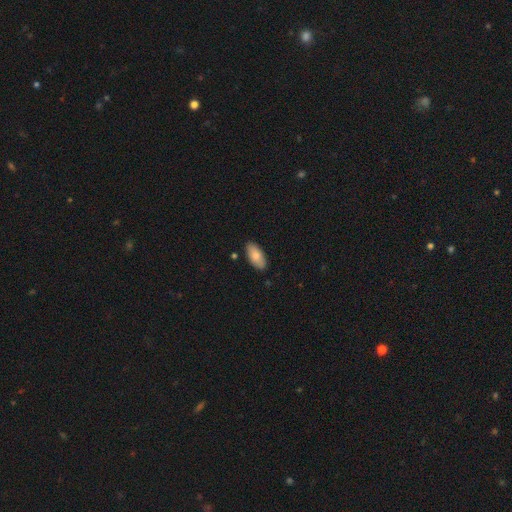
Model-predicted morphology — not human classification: This appears to be a smooth galaxy with no disk features (81%) that is in between round and cigar-shaped (90%). Merging: none (87%).